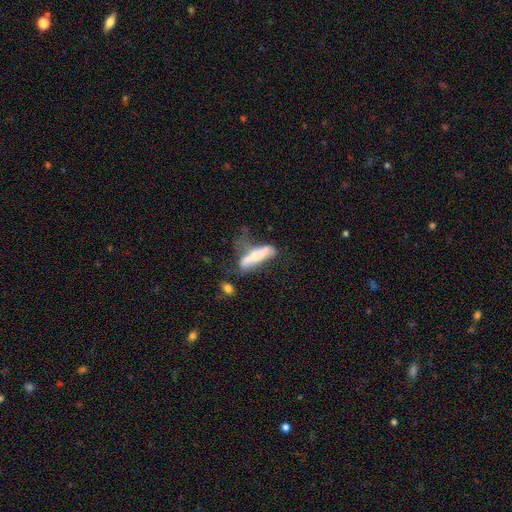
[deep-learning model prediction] Smooth or featured: smooth — 57% (featured or disk — 35%)
How rounded: cigar-shaped — 62% (in between — 36%)
Merging: major disturbance — 30% (none — 27%)